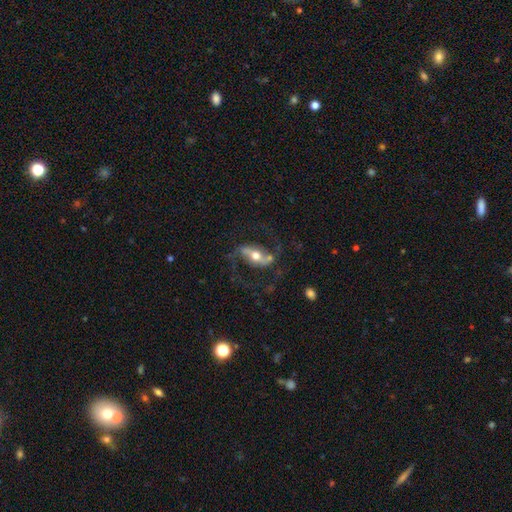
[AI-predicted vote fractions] This is clearly a featured or disk galaxy (82%). It is clearly not viewed edge-on (92%). Bar: possibly strong (52%). Spiral arm pattern: clearly yes (92%). Spiral arm count: clearly 2 (92%). Spiral winding: possibly loose (56%). Central bulge: likely moderate (71%). Merging: likely none (67%).